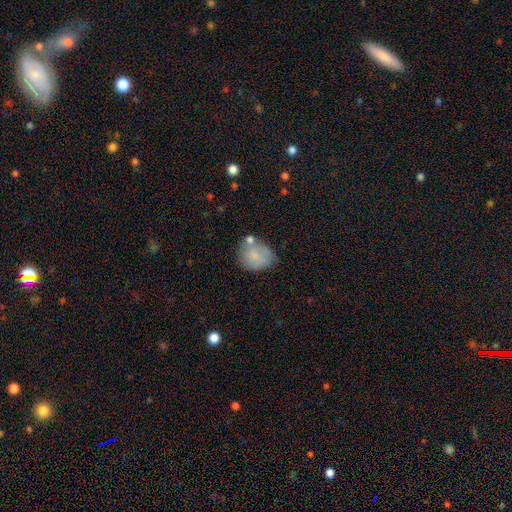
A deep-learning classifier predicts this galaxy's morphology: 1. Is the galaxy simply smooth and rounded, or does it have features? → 76% smooth, 17% featured or disk, 8% star or artifact.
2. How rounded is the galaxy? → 57% round, 42% in between, 1% cigar-shaped.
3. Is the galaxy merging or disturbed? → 50% none, 25% minor disturbance, 17% merger, 9% major disturbance.